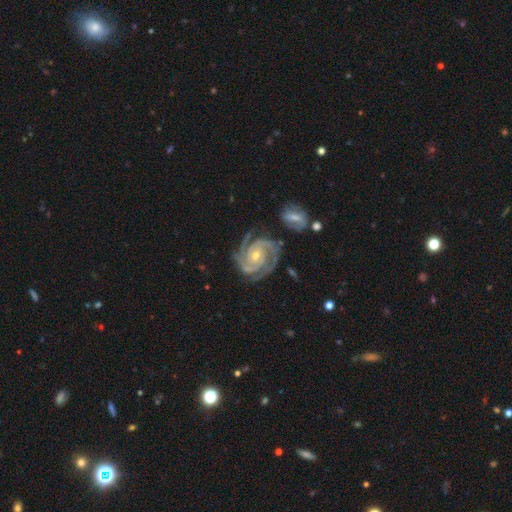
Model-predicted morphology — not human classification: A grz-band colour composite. It shows a featured or disk galaxy (93%) with no bar (69%), 3 (43%) tight (73%) spiral arms (99%) and a small central bulge (61%). Merging: none (71%).